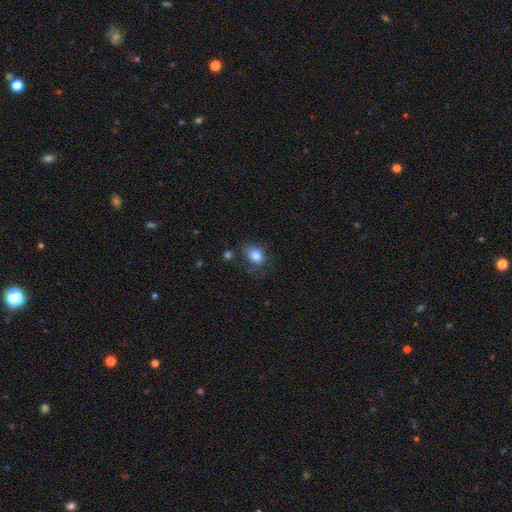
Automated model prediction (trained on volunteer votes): Smooth or featured: smooth — 84% (star or artifact — 9%)
How rounded: in between — 63% (round — 36%)
Merging: none — 68% (minor disturbance — 21%)